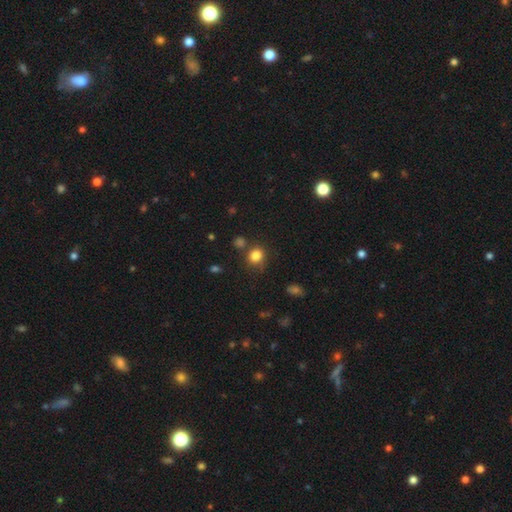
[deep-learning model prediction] smooth_or_featured: smooth (p=0.83) [alt: star or artifact p=0.12]
how_rounded: round (p=0.77) [alt: in between p=0.22]
merging: none (p=0.72) [alt: minor disturbance p=0.15]